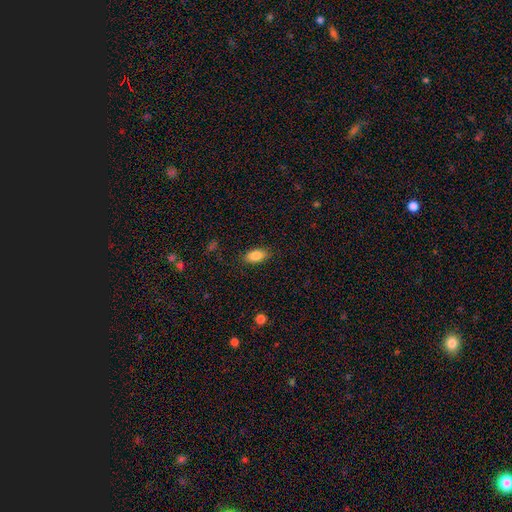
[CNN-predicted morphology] A smooth galaxy with no disk features (85%) that is in between round and cigar-shaped (90%).

Vote fractions:
- Smooth or featured? smooth: 85% / star or artifact: 8% / featured or disk: 7%
- How rounded? in between: 90% / cigar-shaped: 6% / round: 5%
- Merging? none: 85% / minor disturbance: 11% / major disturbance: 3% / merger: 1%